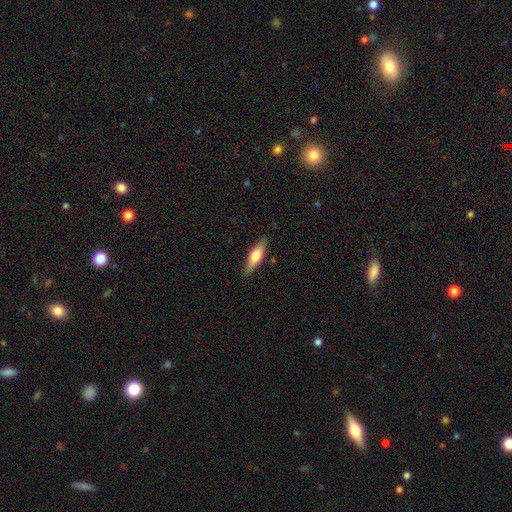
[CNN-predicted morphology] smooth-or-featured: smooth: 51% | featured or disk: 43% | star or artifact: 6%
  how-rounded: cigar-shaped: 61% | in between: 37% | round: 2%
  merging: none: 86% | minor disturbance: 10% | major disturbance: 2% | merger: 1%